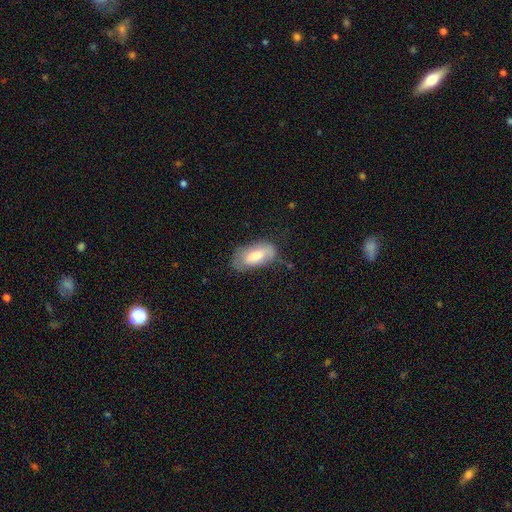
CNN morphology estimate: Smooth or featured?
  - smooth: 68% *
  - featured or disk: 25%
  - star or artifact: 7%
How rounded?
  - in between: 89% *
  - cigar-shaped: 8%
  - round: 3%
Merging?
  - none: 58% *
  - minor disturbance: 29%
  - major disturbance: 11%
  - merger: 2%